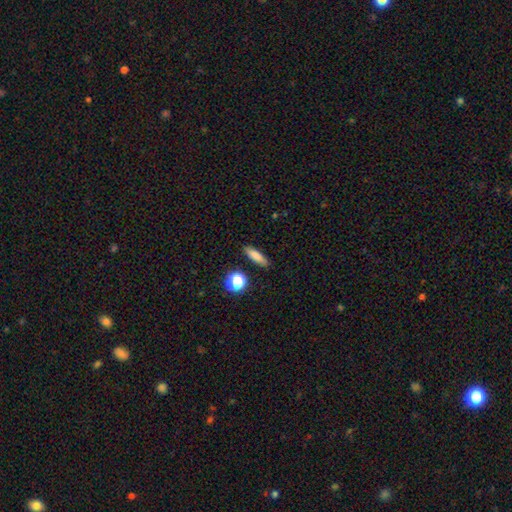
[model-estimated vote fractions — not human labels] smooth 79%, featured or disk 11%, star or artifact 11%. Down the decision tree: how rounded — cigar-shaped (59%); merging — none (86%).